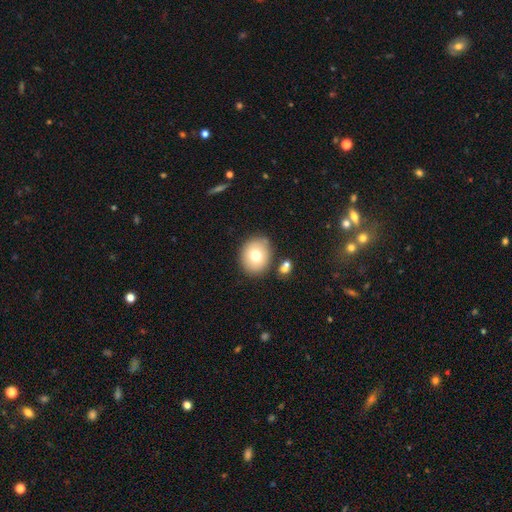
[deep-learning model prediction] Smooth or featured?
  - smooth: 73% *
  - featured or disk: 18%
  - star or artifact: 10%
How rounded?
  - round: 59% *
  - in between: 40%
  - cigar-shaped: 1%
Merging?
  - none: 79% *
  - minor disturbance: 11%
  - merger: 6%
  - major disturbance: 3%